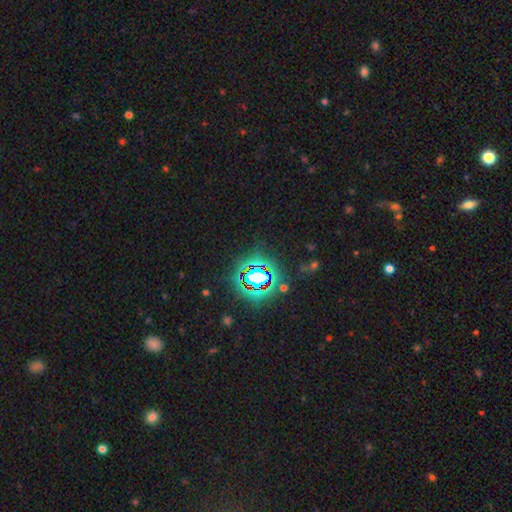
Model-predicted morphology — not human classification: The model was most divided on "smooth or featured": star or artifact: 80%, smooth: 12%, featured or disk: 8%.